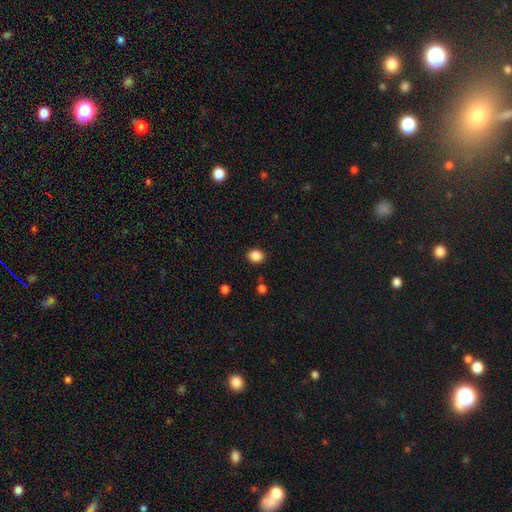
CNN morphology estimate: The model was most divided on "how rounded": round: 60%, in between: 39%, cigar-shaped: 1%. More confident: merging — none (89%); smooth or featured — smooth (87%).